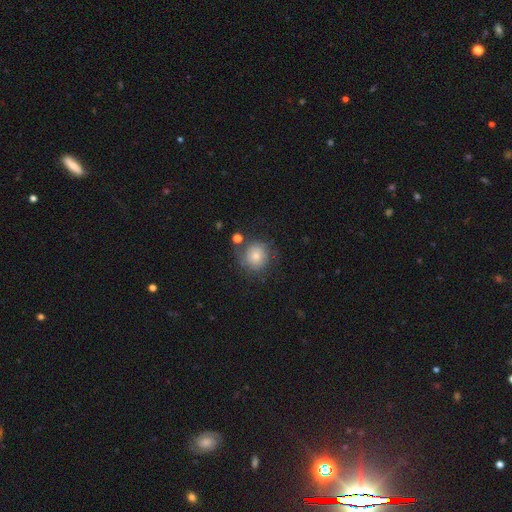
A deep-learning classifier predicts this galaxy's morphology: A smooth galaxy with no disk features (66%) that is round (90%). Merging: none (65%).